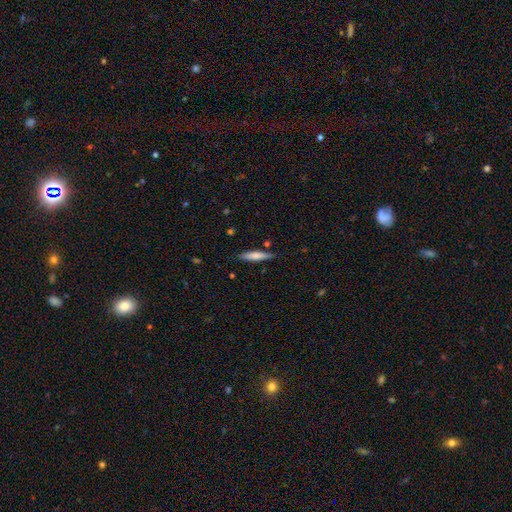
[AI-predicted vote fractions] Smooth or featured: smooth — 67% (featured or disk — 27%)
How rounded: cigar-shaped — 83% (in between — 15%)
Merging: none — 83% (minor disturbance — 12%)